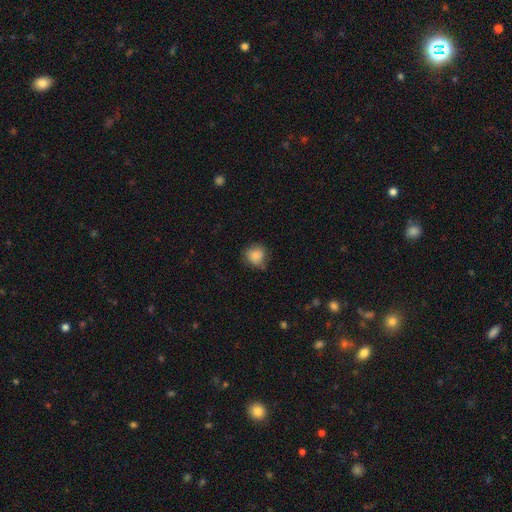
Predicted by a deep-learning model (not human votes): smooth-or-featured: smooth: 84% | star or artifact: 9% | featured or disk: 7%
  how-rounded: round: 78% | in between: 21% | cigar-shaped: 1%
  merging: none: 58% | minor disturbance: 31% | major disturbance: 8% | merger: 2%